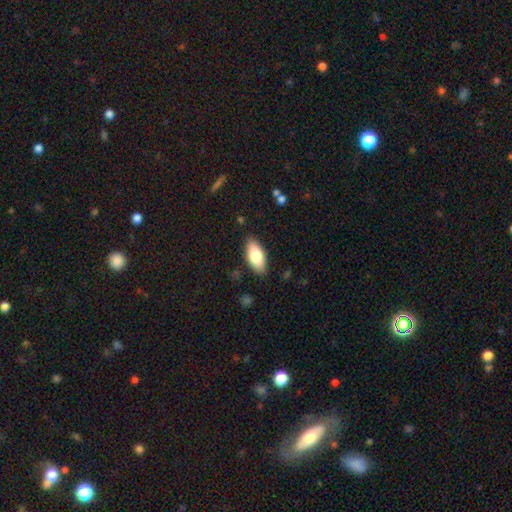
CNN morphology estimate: A smooth galaxy with no disk features (80%) that is in between round and cigar-shaped (90%).

Vote fractions:
- Smooth or featured? smooth: 80% / featured or disk: 13% / star or artifact: 6%
- How rounded? in between: 90% / cigar-shaped: 8% / round: 2%
- Merging? none: 86% / minor disturbance: 10% / major disturbance: 2% / merger: 1%